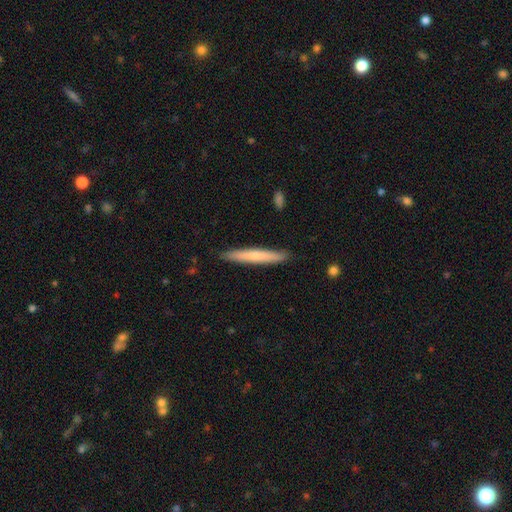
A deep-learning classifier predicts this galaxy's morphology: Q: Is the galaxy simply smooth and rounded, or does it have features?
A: smooth — 64%.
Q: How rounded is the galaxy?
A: cigar-shaped — 96%.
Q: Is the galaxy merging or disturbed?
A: none — 90%.